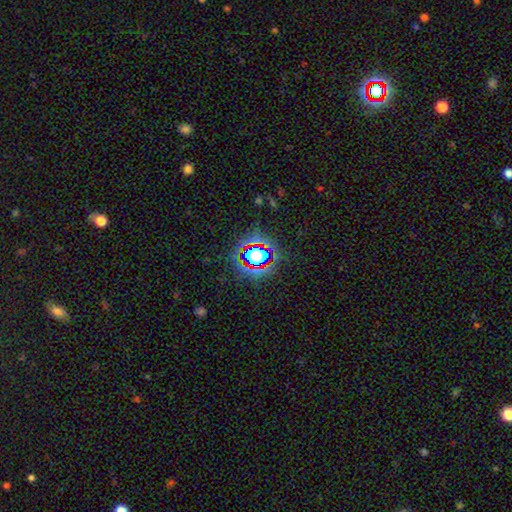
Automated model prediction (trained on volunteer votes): smooth_or_featured: star or artifact (p=0.64) [alt: smooth p=0.24]